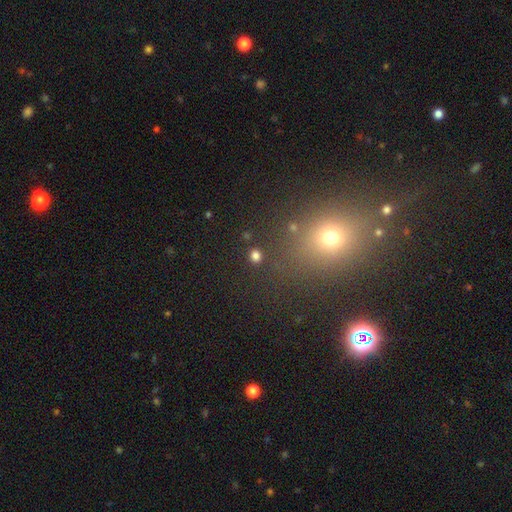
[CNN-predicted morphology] smooth 79%, star or artifact 17%, featured or disk 4%. Down the decision tree: how rounded — round (82%); merging — none (88%).